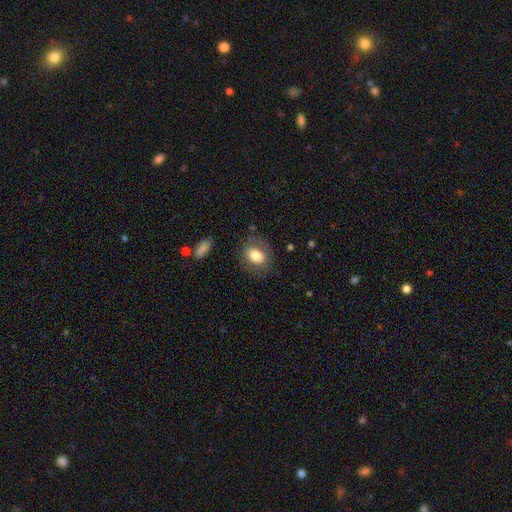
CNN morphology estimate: smooth 74%, featured or disk 18%, star or artifact 7%. Down the decision tree: how rounded — in between (66%); merging — none (75%).